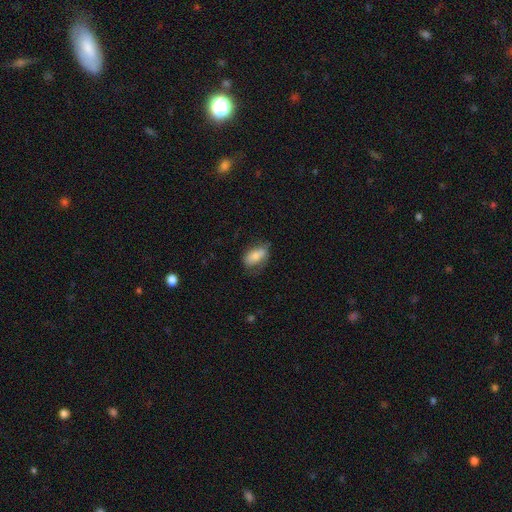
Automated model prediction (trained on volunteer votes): This is likely a smooth galaxy (76%). How rounded: clearly in between (90%). Merging: possibly none (60%).